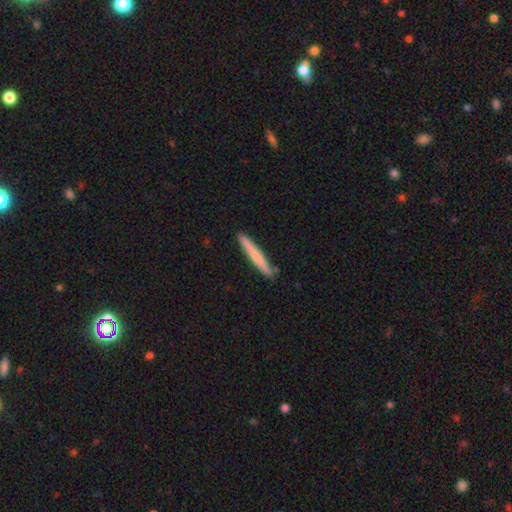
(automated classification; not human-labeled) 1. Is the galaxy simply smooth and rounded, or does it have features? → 65% smooth, 30% featured or disk, 5% star or artifact.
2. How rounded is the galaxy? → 96% cigar-shaped, 2% in between, 1% round.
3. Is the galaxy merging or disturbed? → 89% none, 8% minor disturbance, 2% merger, 1% major disturbance.